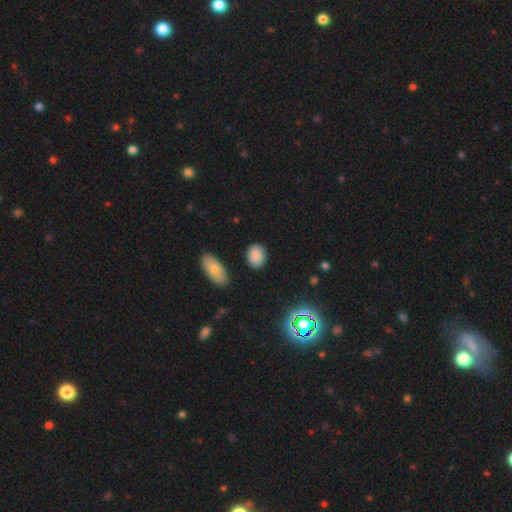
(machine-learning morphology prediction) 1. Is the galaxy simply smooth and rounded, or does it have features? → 85% smooth, 9% star or artifact, 6% featured or disk.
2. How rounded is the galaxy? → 69% in between, 29% round, 2% cigar-shaped.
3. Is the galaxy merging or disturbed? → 84% none, 11% minor disturbance, 3% major disturbance, 2% merger.